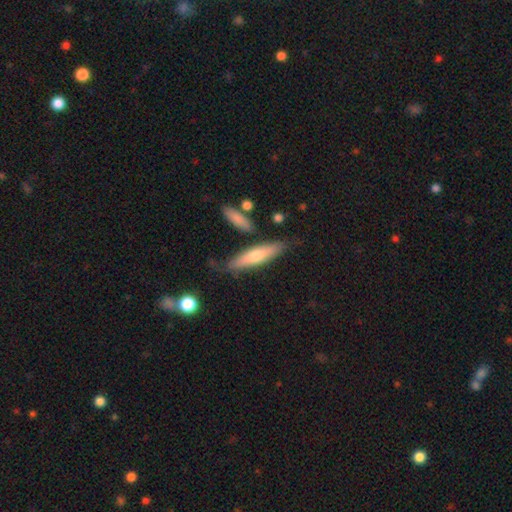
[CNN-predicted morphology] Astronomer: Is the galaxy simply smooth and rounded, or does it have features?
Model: smooth — 58% (runner-up: featured or disk, 36%).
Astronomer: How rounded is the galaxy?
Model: cigar-shaped — 74%.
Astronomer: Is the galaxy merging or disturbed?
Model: none — 74%.